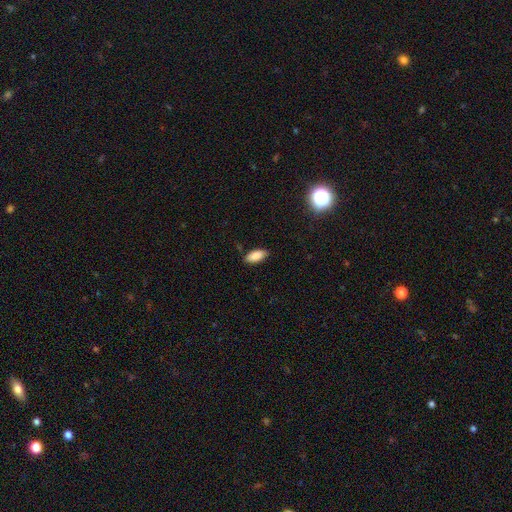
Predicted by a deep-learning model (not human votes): smooth-or-featured: smooth: 87% | star or artifact: 7% | featured or disk: 6%
  how-rounded: in between: 87% | cigar-shaped: 11% | round: 2%
  merging: none: 84% | minor disturbance: 12% | major disturbance: 2% | merger: 1%